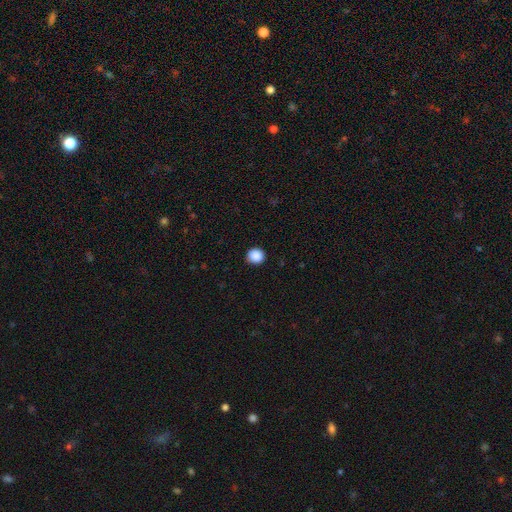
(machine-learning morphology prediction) This appears to be a smooth galaxy with no disk features (89%) that is round (90%). Merging: none (91%).